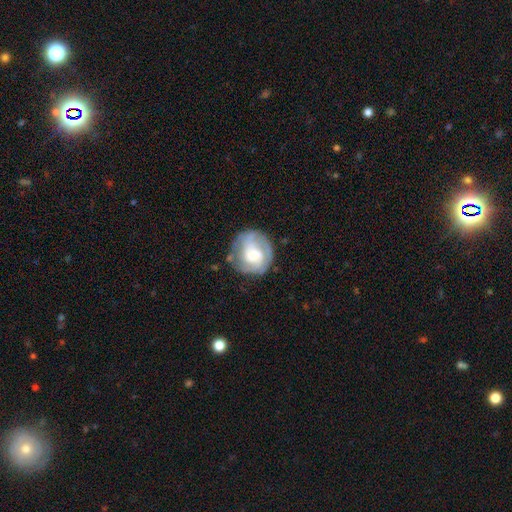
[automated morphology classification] Smooth or featured? Predicted: featured or disk (p=0.71). Edge-on disk? Predicted: no (p=0.98). Bar? Predicted: no (p=0.63). Spiral arms? Predicted: yes (p=0.88). Spiral winding? Predicted: tight (p=0.56). Spiral arm count? Predicted: 2 (p=0.41). Bulge size? Predicted: moderate (p=0.42). Merging? Predicted: none (p=0.69).